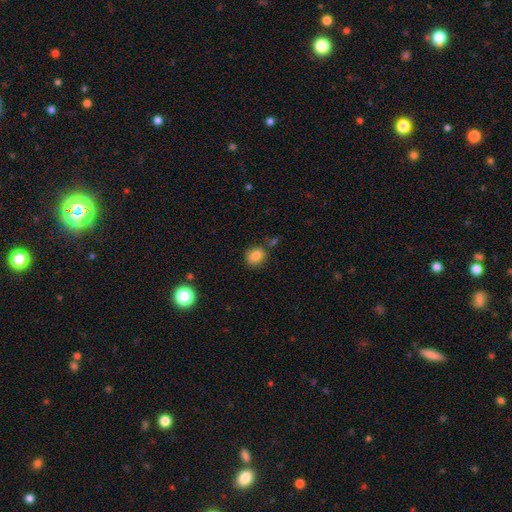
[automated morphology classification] A smooth galaxy with no disk features (85%) that is round (55%). Merging: none (77%).